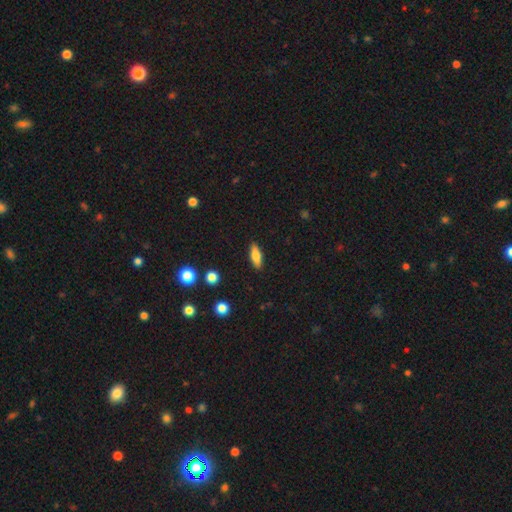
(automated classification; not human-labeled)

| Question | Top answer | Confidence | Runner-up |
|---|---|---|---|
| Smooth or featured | smooth | 71% | featured or disk (22%) |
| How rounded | in between | 57% | cigar-shaped (40%) |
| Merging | none | 89% | minor disturbance (8%) |